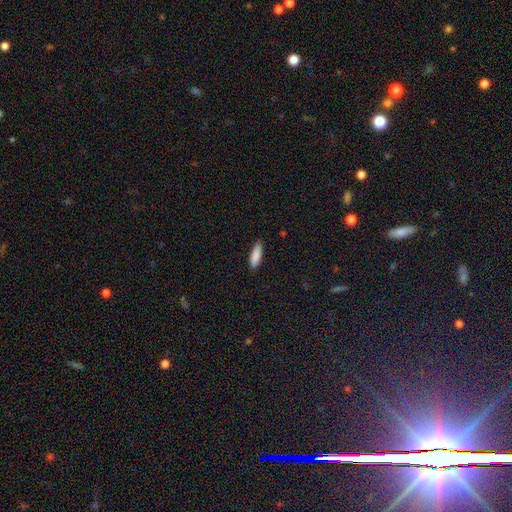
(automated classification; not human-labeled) Smooth or featured?
  - smooth: 88% *
  - featured or disk: 6%
  - star or artifact: 6%
How rounded?
  - cigar-shaped: 50% *
  - in between: 48%
  - round: 2%
Merging?
  - none: 86% *
  - minor disturbance: 11%
  - major disturbance: 2%
  - merger: 1%